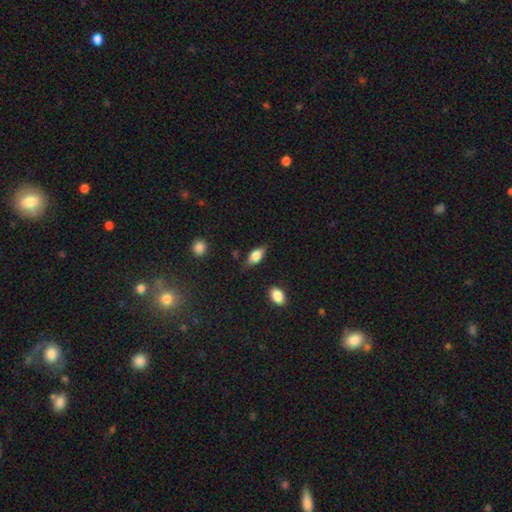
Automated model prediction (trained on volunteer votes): Smooth or featured: smooth — 69% (featured or disk — 24%)
How rounded: in between — 83% (cigar-shaped — 11%)
Merging: none — 76% (minor disturbance — 18%)